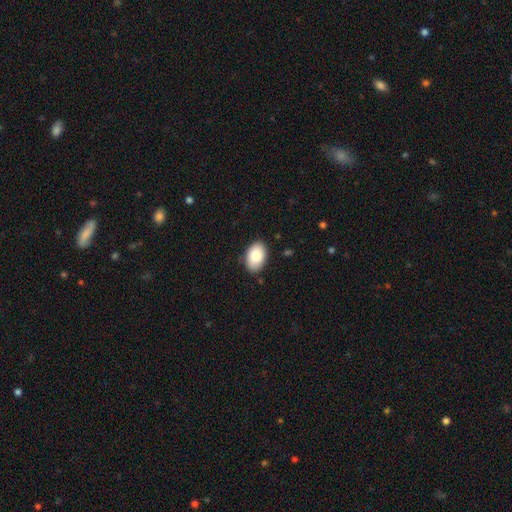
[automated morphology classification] This is clearly a smooth galaxy (84%). How rounded: clearly in between (90%). Merging: clearly none (86%).